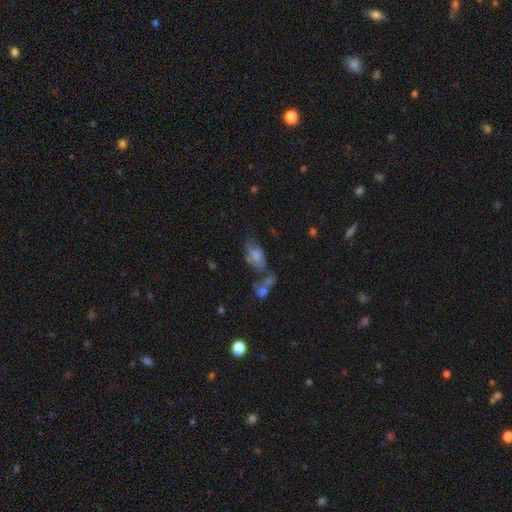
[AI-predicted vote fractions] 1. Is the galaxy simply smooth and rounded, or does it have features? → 43% featured or disk, 39% smooth, 18% star or artifact.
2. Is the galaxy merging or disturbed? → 39% none, 27% merger, 18% minor disturbance, 16% major disturbance.